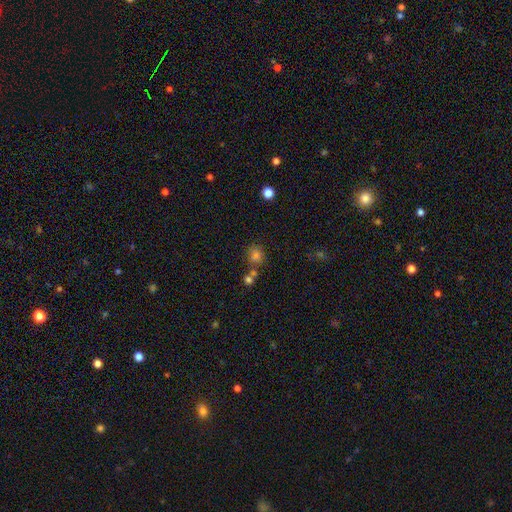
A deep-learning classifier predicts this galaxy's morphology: type=smooth (70%); roundness=round (83%); merging=none (67%).